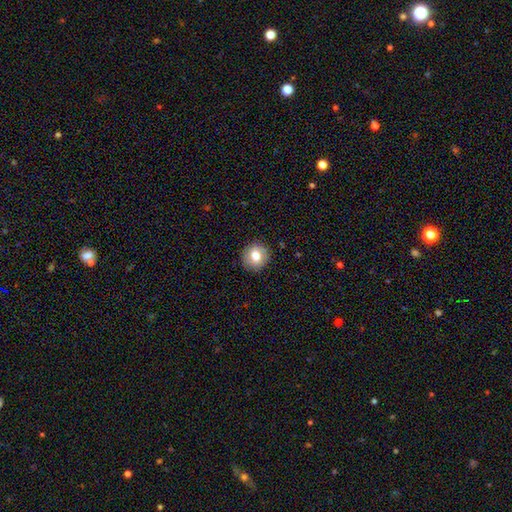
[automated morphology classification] Q: Smooth or featured?
A: smooth (76%); runner-up: featured or disk (16%)
Q: How rounded?
A: round (90%); runner-up: in between (9%)
Q: Merging?
A: none (89%); runner-up: minor disturbance (8%)